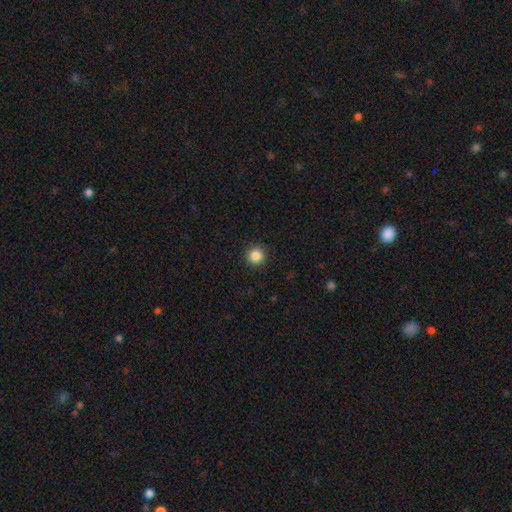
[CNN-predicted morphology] This is clearly a smooth galaxy (86%). How rounded: clearly round (96%). Merging: clearly none (93%).